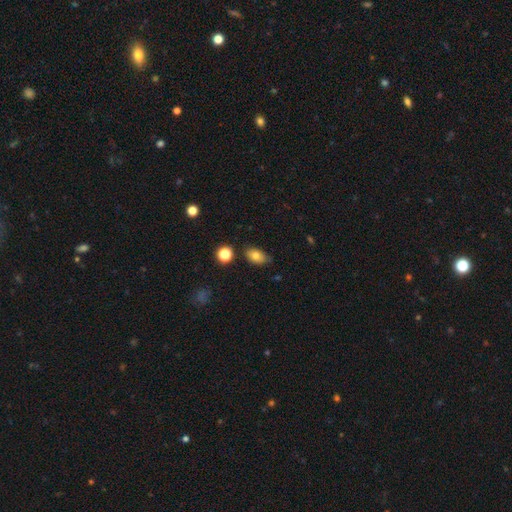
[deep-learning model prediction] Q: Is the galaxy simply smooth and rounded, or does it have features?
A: smooth — 78%.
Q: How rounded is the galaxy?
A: in between — 85%.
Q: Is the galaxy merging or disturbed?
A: none — 72%.